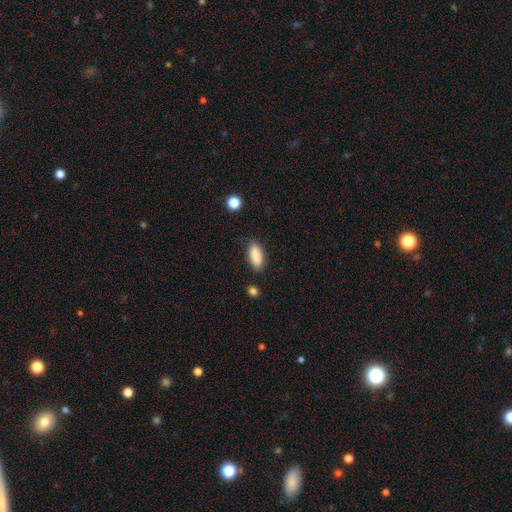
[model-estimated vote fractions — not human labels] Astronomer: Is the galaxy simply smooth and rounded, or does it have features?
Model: smooth — 88%.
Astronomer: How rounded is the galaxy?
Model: in between — 86%.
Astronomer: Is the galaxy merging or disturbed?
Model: none — 77%.